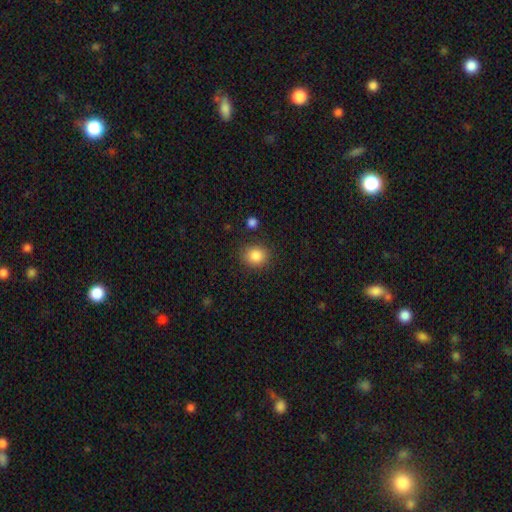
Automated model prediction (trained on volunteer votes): Overall: smooth (86%). How rounded: round (71%). Merging: none (85%).